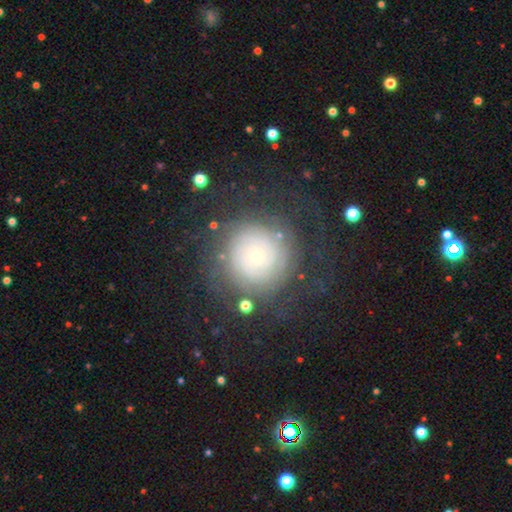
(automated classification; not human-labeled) The model was most divided on "smooth or featured": featured or disk: 61%, smooth: 28%, star or artifact: 11%. More confident: edge-on disk — no (97%); spiral arms — yes (84%); bar — no (83%); bulge size — small (76%); merging — none (70%).